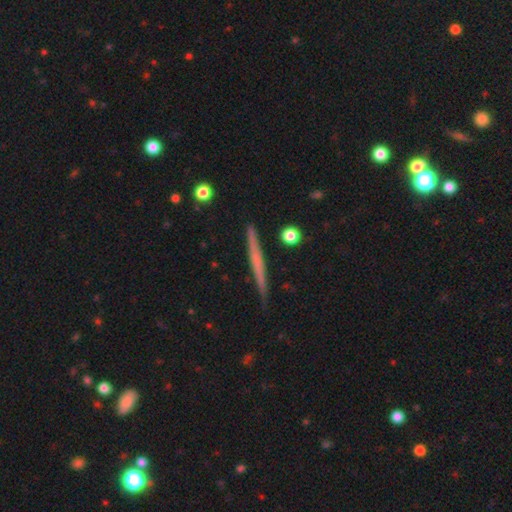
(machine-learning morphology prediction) Smooth or featured? featured or disk (51%)
Edge-on disk? yes (98%)
Merging? none (90%)